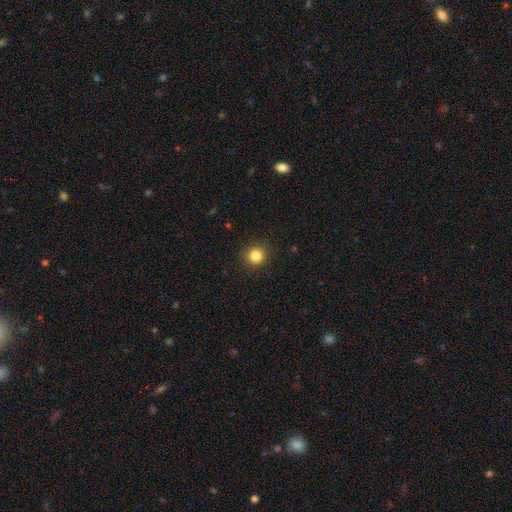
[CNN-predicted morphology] Smooth or featured? Predicted: smooth (p=0.84). How rounded? Predicted: round (p=0.93). Merging? Predicted: none (p=0.91).